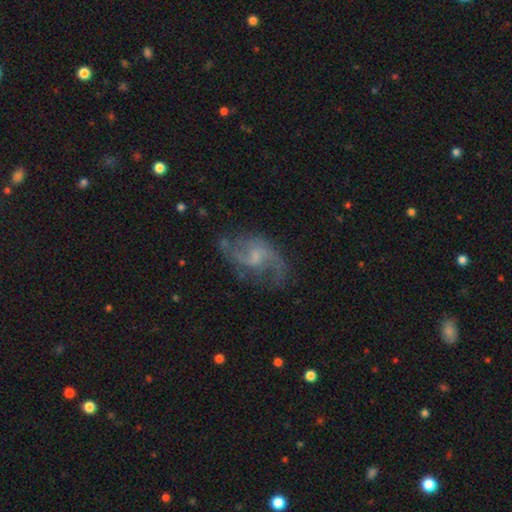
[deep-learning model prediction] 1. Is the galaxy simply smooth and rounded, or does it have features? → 79% featured or disk, 12% smooth, 10% star or artifact.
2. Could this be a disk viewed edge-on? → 97% no, 3% yes.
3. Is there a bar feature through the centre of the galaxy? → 47% weak, 45% no, 8% strong.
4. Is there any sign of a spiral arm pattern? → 92% yes, 8% no.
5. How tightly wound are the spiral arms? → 54% loose, 37% medium, 10% tight.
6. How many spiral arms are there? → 77% 2, 10% can't tell, 5% 3, 4% 1, 2% 4, 2% more than 4.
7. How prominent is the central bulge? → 45% small, 28% moderate, 22% none, 3% large, 1% dominant.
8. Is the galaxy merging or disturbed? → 67% none, 19% minor disturbance, 13% major disturbance, 2% merger.